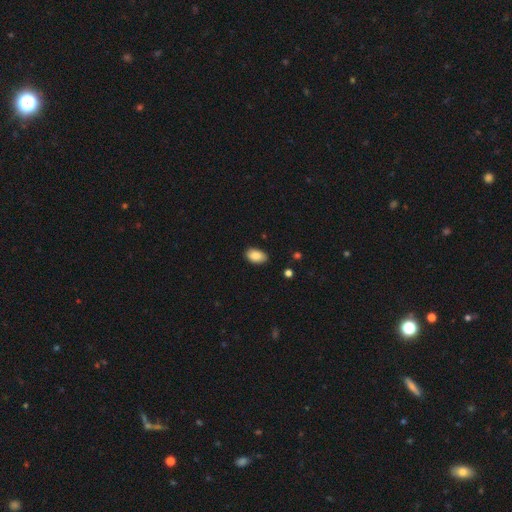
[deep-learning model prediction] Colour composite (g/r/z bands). It shows a smooth galaxy with no disk features (88%) that is in between round and cigar-shaped (91%). Merging: none (85%).